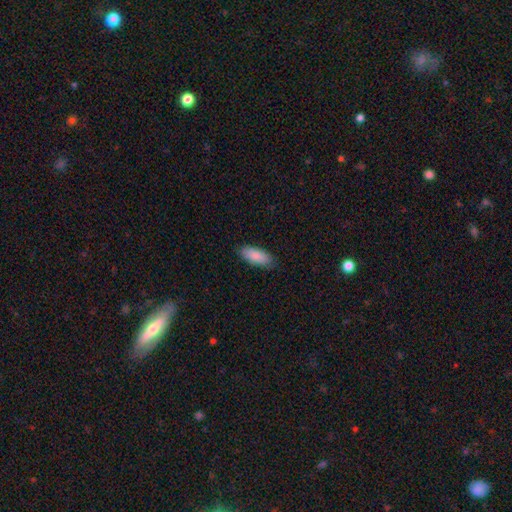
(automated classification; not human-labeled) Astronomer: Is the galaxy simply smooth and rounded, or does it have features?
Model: smooth — 88%.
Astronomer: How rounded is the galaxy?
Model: in between — 83%.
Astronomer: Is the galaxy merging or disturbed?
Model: none — 85%.